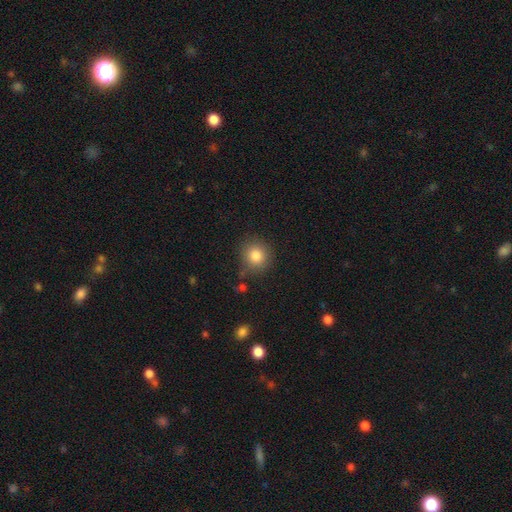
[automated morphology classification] Smooth or featured? smooth (83%)
How rounded? round (90%)
Merging? none (81%)